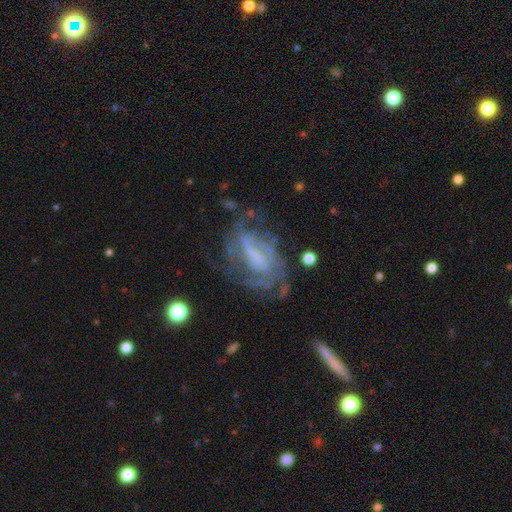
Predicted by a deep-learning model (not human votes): smooth-or-featured: featured or disk: 79% | smooth: 12% | star or artifact: 9%
  disk-edge-on: no: 94% | yes: 6%
    bar: weak: 43% | strong: 30% | no: 27%
    has-spiral-arms: yes: 86% | no: 14%
      spiral-winding: tight: 50% | medium: 38% | loose: 13%
      spiral-arm-count: can't tell: 42% | 2: 23% | 3: 16% | 4: 8% | 1: 5% | more than 4: 4%
    bulge-size: none: 39% | small: 32% | moderate: 22% | large: 6% | dominant: 1%
  merging: none: 56% | minor disturbance: 21% | major disturbance: 20% | merger: 3%